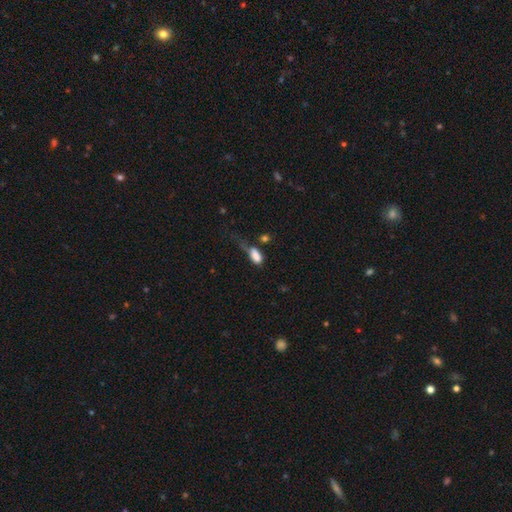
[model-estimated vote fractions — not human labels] Smooth or featured: smooth — 81% (featured or disk — 9%)
How rounded: in between — 85% (cigar-shaped — 9%)
Merging: major disturbance — 40% (none — 25%)